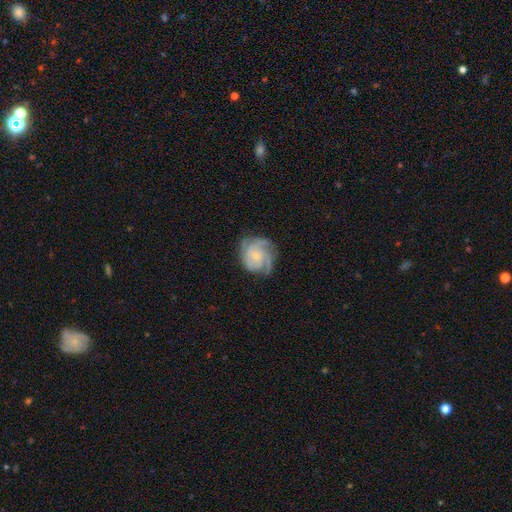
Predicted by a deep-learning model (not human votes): Morphology: type=featured or disk (76%); edge-on=no (98%); bar=no (75%); spiral arms=yes (95%); winding=tight (54%); arm count=3 (37%); bulge=small (65%); merging=none (67%).